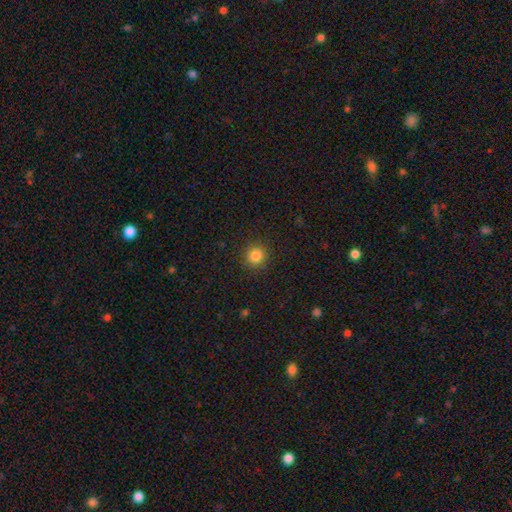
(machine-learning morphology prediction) Smooth or featured: smooth — 84% (star or artifact — 12%)
How rounded: round — 93% (in between — 6%)
Merging: none — 91% (minor disturbance — 6%)